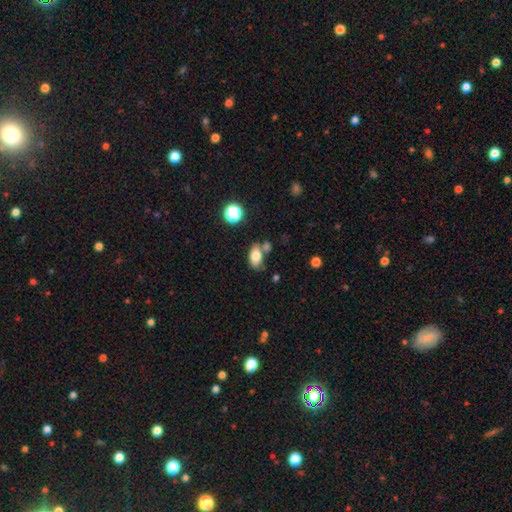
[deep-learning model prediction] Smooth or featured? Predicted: smooth (p=0.78). How rounded? Predicted: in between (p=0.88). Merging? Predicted: none (p=0.60).